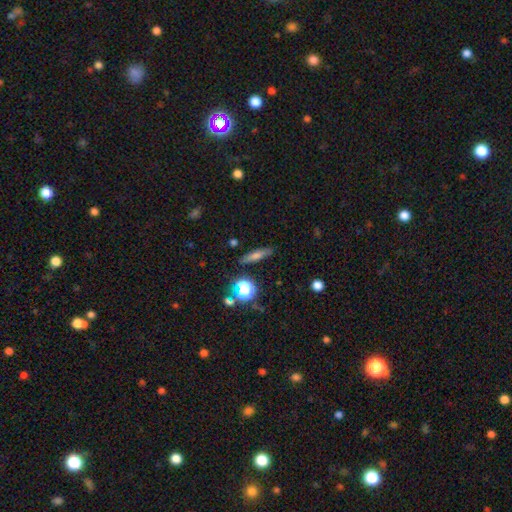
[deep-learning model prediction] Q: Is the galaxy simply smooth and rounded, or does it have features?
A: smooth — 51%.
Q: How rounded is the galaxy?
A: cigar-shaped — 71%.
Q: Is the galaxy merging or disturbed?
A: none — 86%.